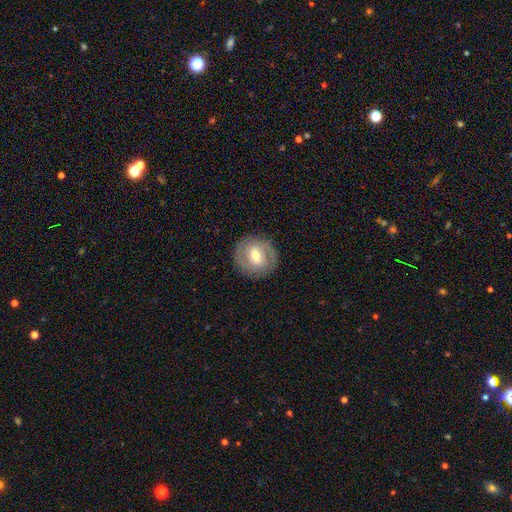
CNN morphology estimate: Q: Smooth or featured?
A: featured or disk (60%); runner-up: smooth (33%)
Q: Edge-on disk?
A: no (96%); runner-up: yes (4%)
Q: Bar?
A: weak (50%); runner-up: no (26%)
Q: Spiral arms?
A: yes (67%); runner-up: no (33%)
Q: Bulge size?
A: moderate (67%); runner-up: small (26%)
Q: Merging?
A: none (85%); runner-up: minor disturbance (10%)